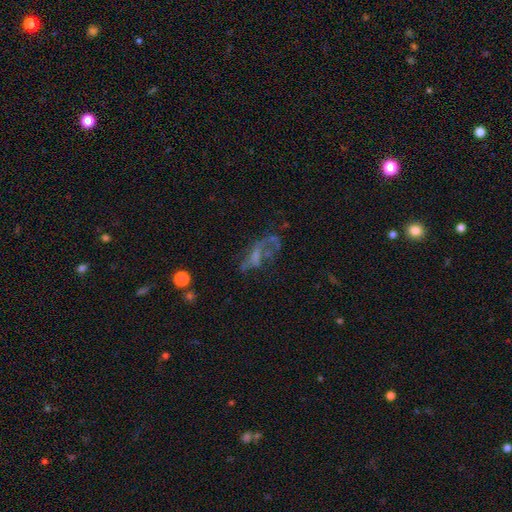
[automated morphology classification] smooth_or_featured: featured or disk (p=0.54) [alt: smooth p=0.26]
disk_edge_on: no (p=0.91) [alt: yes p=0.09]
merging: major disturbance (p=0.42) [alt: none p=0.34]